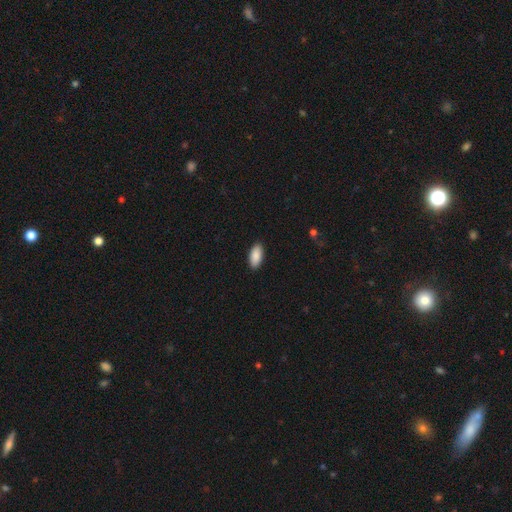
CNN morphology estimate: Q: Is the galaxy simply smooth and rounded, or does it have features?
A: smooth — 90%.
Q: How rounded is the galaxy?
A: in between — 91%.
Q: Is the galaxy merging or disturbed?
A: none — 90%.